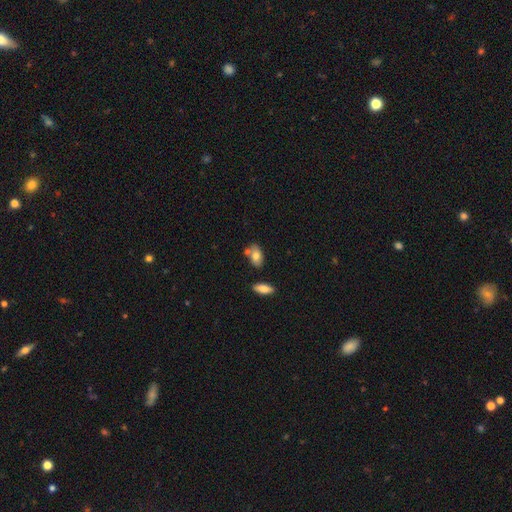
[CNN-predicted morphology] Smooth or featured? Predicted: smooth (p=0.74). How rounded? Predicted: in between (p=0.88). Merging? Predicted: none (p=0.56).